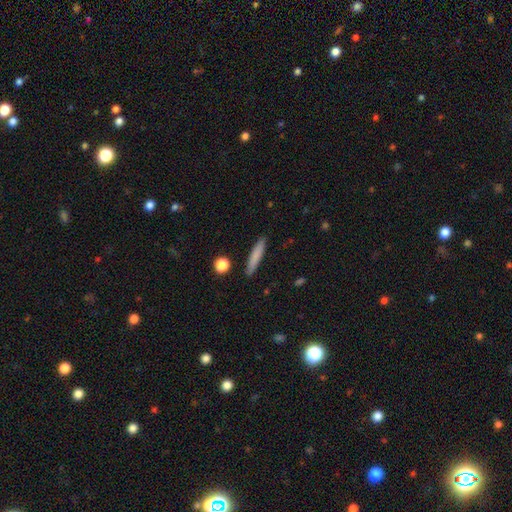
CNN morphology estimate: A smooth galaxy with no disk features (78%) that is cigar-shaped (91%). Merging: none (89%).